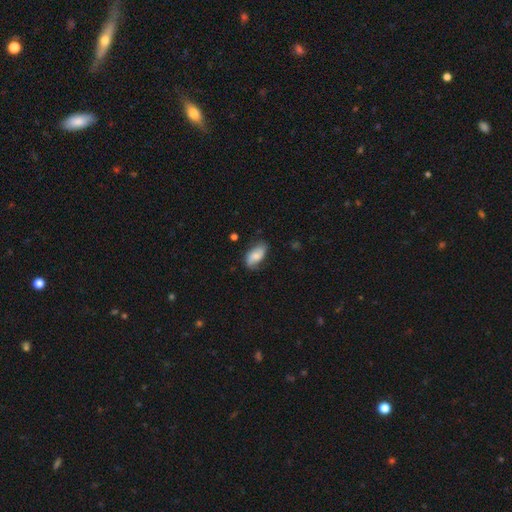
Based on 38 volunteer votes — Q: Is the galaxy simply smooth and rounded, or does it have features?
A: smooth — 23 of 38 (61%).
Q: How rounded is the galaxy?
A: in between — 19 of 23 (83%).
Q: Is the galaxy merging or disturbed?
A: none — 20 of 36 (56%).